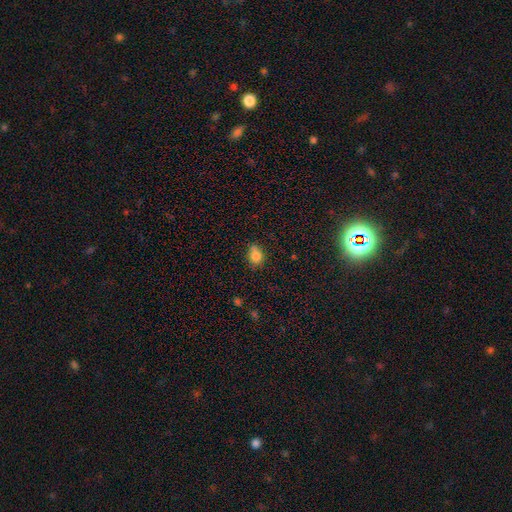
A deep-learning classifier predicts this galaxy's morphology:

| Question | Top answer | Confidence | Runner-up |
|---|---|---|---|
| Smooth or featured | smooth | 81% | star or artifact (11%) |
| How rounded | in between | 53% | round (45%) |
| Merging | none | 61% | minor disturbance (26%) |